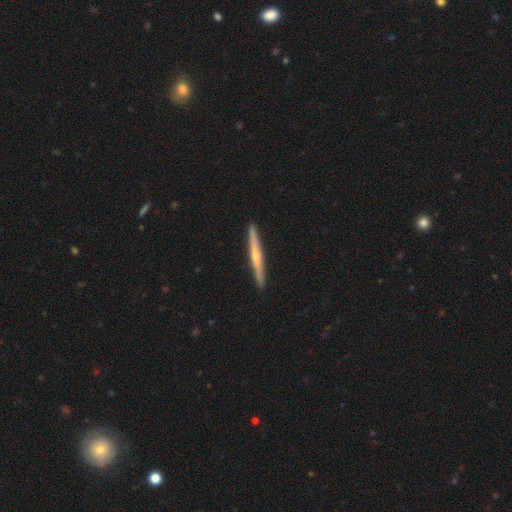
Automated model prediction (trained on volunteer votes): smooth-or-featured: featured or disk: 67% | smooth: 28% | star or artifact: 5%
  disk-edge-on: yes: 97% | no: 3%
    edge-on-bulge: rounded: 76% | none: 20% | boxy: 4%
  merging: none: 92% | minor disturbance: 5% | major disturbance: 1% | merger: 1%